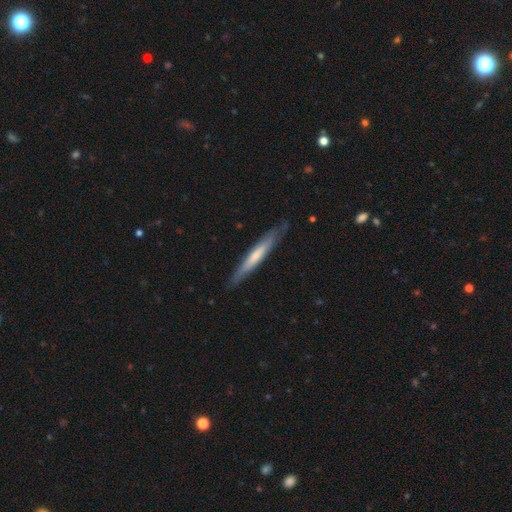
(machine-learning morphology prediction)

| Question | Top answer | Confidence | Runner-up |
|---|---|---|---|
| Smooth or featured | smooth | 50% | featured or disk (45%) |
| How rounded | cigar-shaped | 95% | in between (4%) |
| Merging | none | 83% | minor disturbance (13%) |